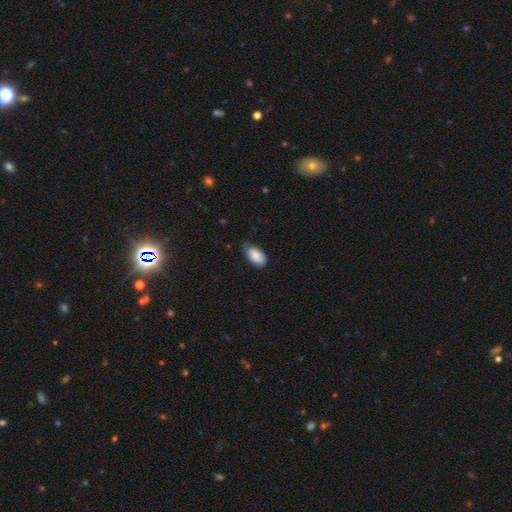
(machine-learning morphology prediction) The model was most divided on "merging": none: 58%, minor disturbance: 35%, major disturbance: 5%, merger: 1%. More confident: how rounded — in between (95%); smooth or featured — smooth (86%).